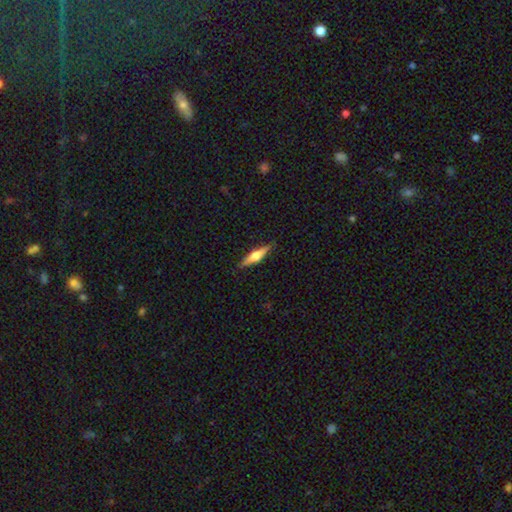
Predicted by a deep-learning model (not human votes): Smooth or featured? Predicted: featured or disk (p=0.60). Edge-on disk? Predicted: yes (p=0.97). Edge-on bulge? Predicted: rounded (p=0.90). Merging? Predicted: none (p=0.89).